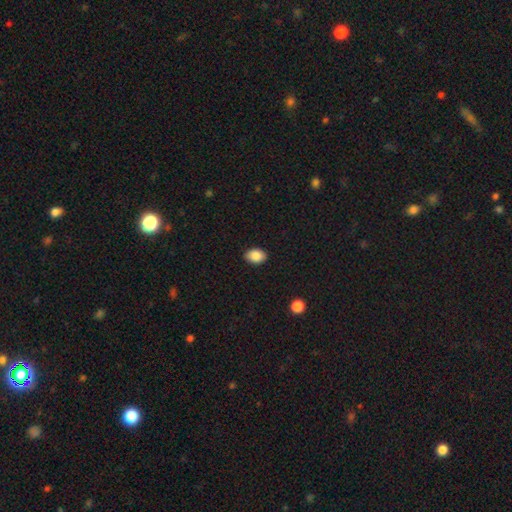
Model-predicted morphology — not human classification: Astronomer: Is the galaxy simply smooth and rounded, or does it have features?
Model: smooth — 87%.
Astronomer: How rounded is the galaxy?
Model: in between — 78%.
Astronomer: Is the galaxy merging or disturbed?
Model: none — 89%.